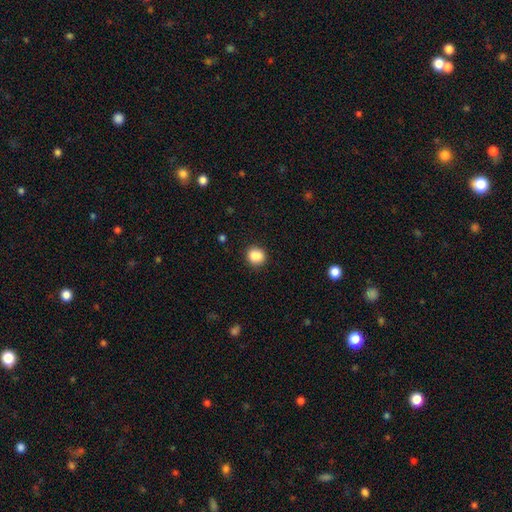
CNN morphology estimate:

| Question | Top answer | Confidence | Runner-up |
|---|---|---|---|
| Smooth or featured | smooth | 85% | star or artifact (9%) |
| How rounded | round | 80% | in between (19%) |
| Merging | none | 76% | minor disturbance (13%) |